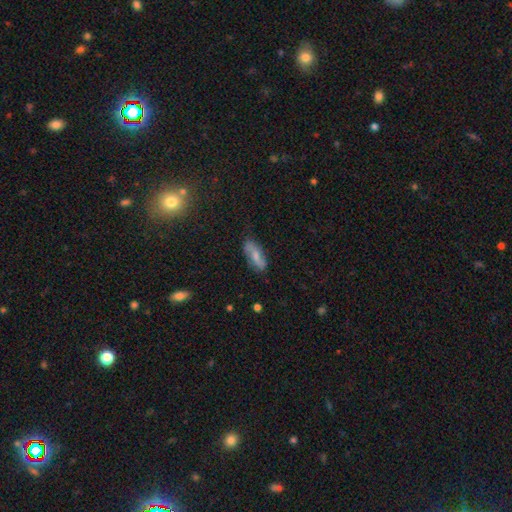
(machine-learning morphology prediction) A smooth galaxy with no disk features (52%) that is in between round and cigar-shaped (75%). Merging: none (79%).